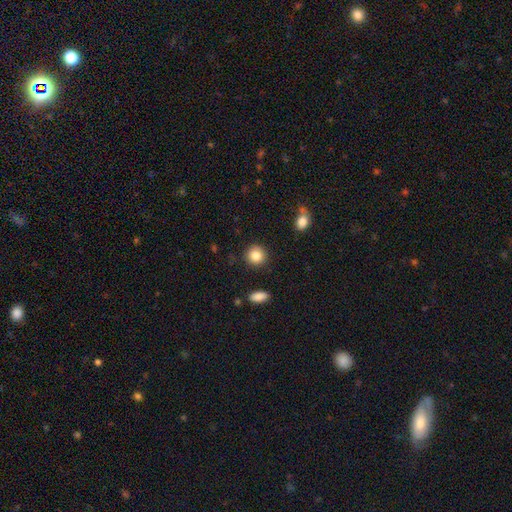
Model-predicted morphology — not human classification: smooth 86%, star or artifact 9%, featured or disk 6%. Down the decision tree: how rounded — round (90%); merging — none (90%).